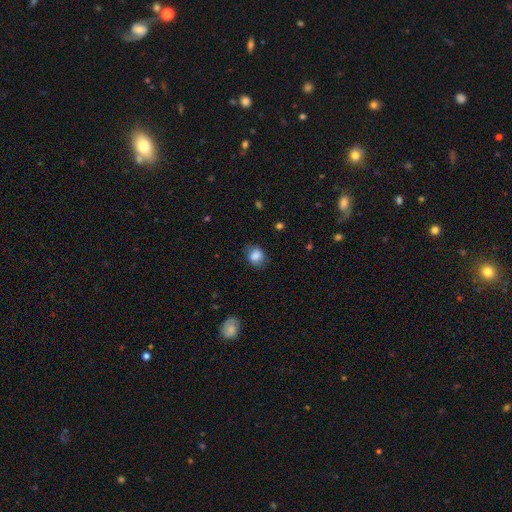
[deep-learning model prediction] The model was most divided on "how rounded": round: 51%, in between: 48%, cigar-shaped: 1%. More confident: smooth or featured — smooth (82%); merging — none (70%).